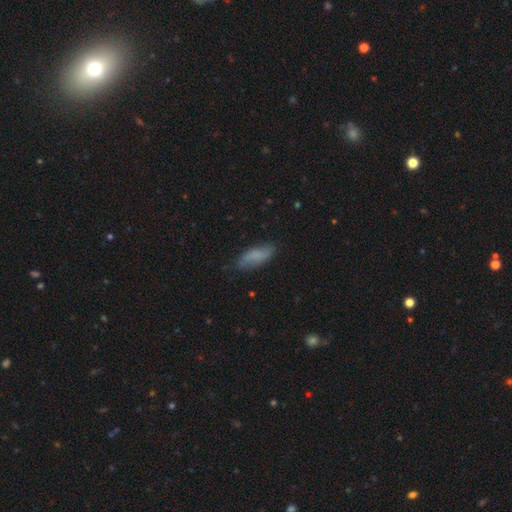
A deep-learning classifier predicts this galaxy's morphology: Smooth or featured: smooth — 74% (featured or disk — 18%)
How rounded: in between — 67% (cigar-shaped — 31%)
Merging: none — 73% (minor disturbance — 21%)